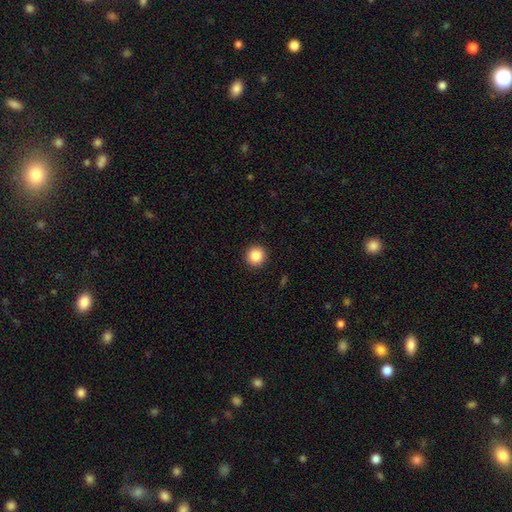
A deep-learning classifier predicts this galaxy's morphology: A smooth galaxy with no disk features (86%) that is round (95%). Merging: none (93%).